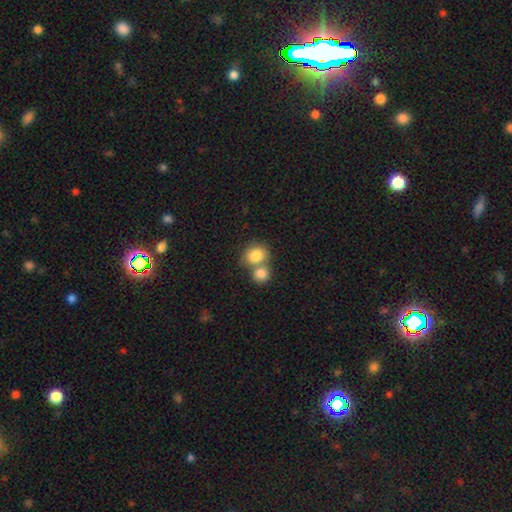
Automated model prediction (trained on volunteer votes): This appears to be a smooth galaxy with no disk features (81%) that is round (72%). Merging: merger (52%).